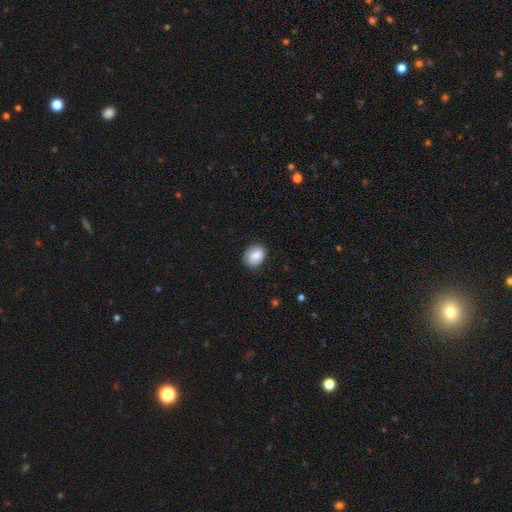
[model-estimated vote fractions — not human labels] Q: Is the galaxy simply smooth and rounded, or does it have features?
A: smooth — 73%.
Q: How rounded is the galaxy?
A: in between — 50%.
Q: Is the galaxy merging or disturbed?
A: none — 80%.